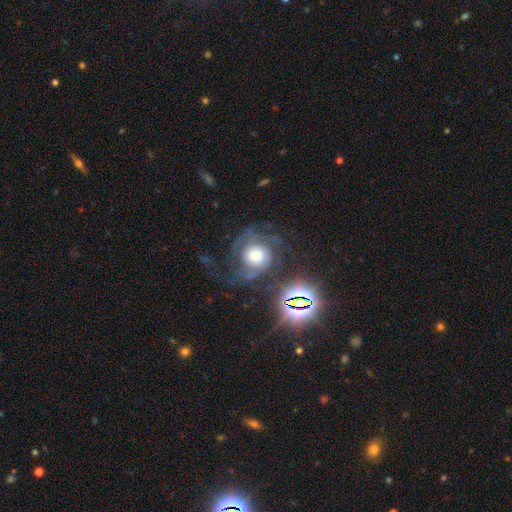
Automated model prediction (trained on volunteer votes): featured or disk 65%, smooth 21%, star or artifact 14%. Down the decision tree: edge-on disk — no (97%); bar — no (81%); spiral arms — yes (87%); spiral arm count — 2 (36%); spiral winding — medium (42%); bulge size — large (36%); merging — none (53%).